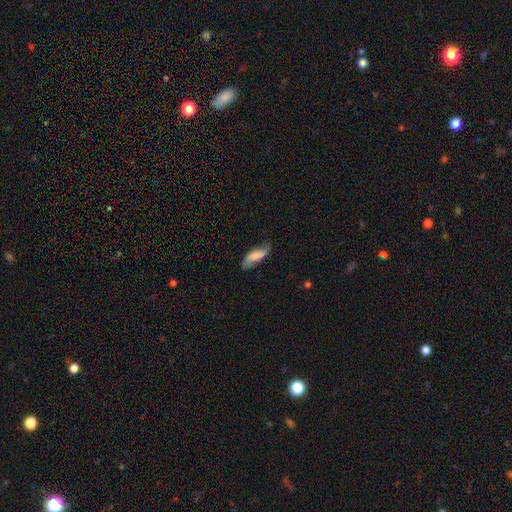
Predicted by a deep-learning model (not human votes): A smooth galaxy with no disk features (61%) that is in between round and cigar-shaped (58%).

Vote fractions:
- Smooth or featured? smooth: 61% / featured or disk: 31% / star or artifact: 7%
- How rounded? in between: 58% / cigar-shaped: 40% / round: 2%
- Merging? none: 65% / minor disturbance: 26% / major disturbance: 7% / merger: 2%